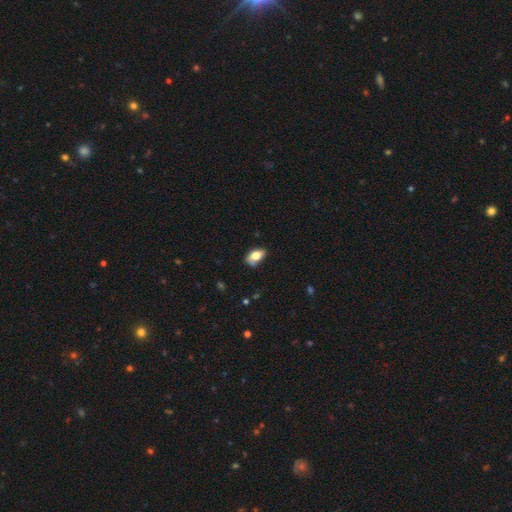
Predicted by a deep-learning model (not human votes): Smooth or featured? Predicted: smooth (p=0.72). How rounded? Predicted: in between (p=0.89). Merging? Predicted: none (p=0.53).